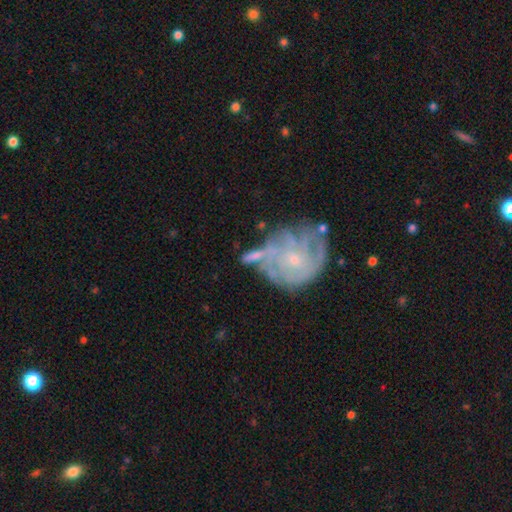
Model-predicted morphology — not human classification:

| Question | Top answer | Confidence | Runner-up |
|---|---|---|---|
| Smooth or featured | featured or disk | 56% | smooth (35%) |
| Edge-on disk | no | 90% | yes (10%) |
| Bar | no | 72% | weak (21%) |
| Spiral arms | yes | 70% | no (30%) |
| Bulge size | small | 60% | moderate (27%) |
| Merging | none | 46% | merger (22%) |